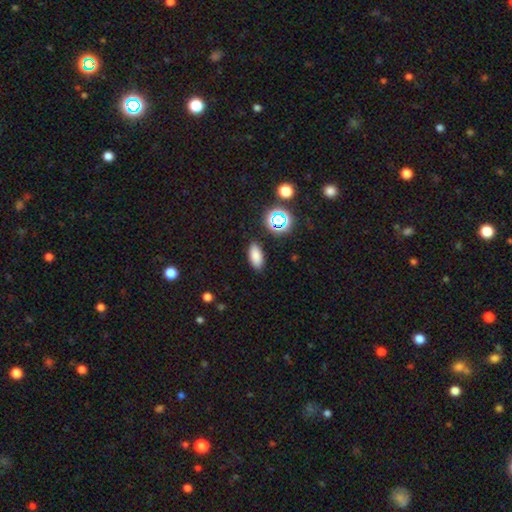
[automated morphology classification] Overall: smooth (80%). How rounded: in between (86%). Merging: none (88%).